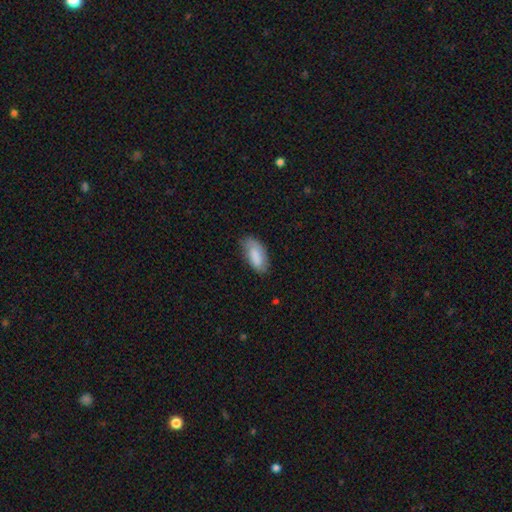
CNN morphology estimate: Smooth or featured? Predicted: smooth (p=0.82). How rounded? Predicted: in between (p=0.91). Merging? Predicted: none (p=0.68).